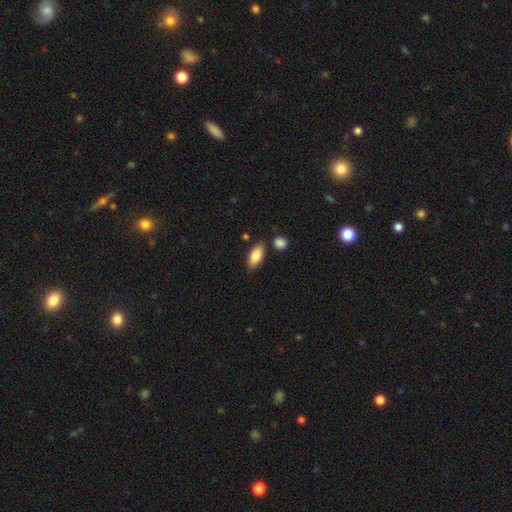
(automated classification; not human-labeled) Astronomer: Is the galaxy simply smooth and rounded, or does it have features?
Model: smooth — 82%.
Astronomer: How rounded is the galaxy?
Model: in between — 88%.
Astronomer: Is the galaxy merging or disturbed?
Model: none — 80%.